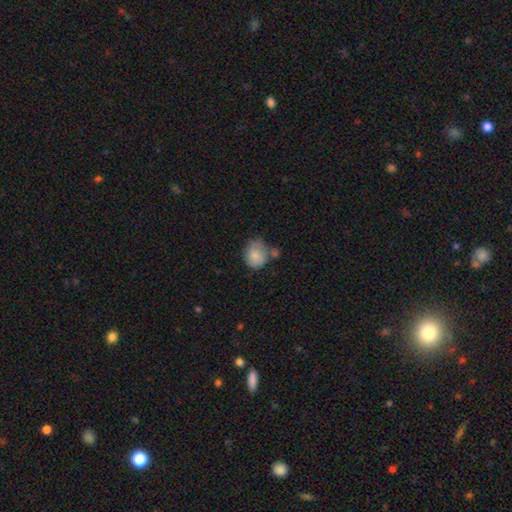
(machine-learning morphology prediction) A smooth galaxy with no disk features (83%) that is round (52%).

Vote fractions:
- Smooth or featured? smooth: 83% / featured or disk: 9% / star or artifact: 8%
- How rounded? round: 52% / in between: 47% / cigar-shaped: 1%
- Merging? none: 44% / minor disturbance: 27% / merger: 20% / major disturbance: 10%